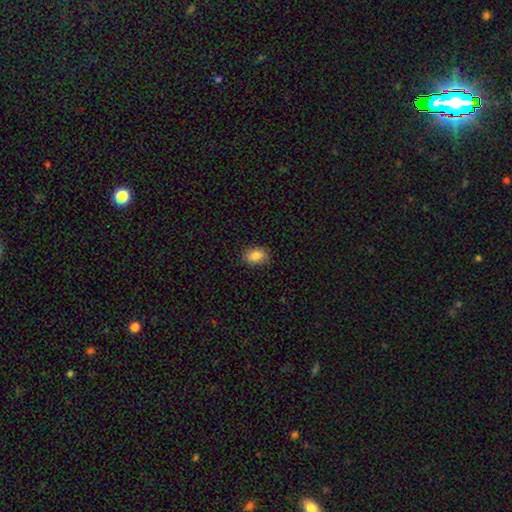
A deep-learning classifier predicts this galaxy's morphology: This is clearly a smooth galaxy (86%). How rounded: likely in between (79%). Merging: clearly none (86%).